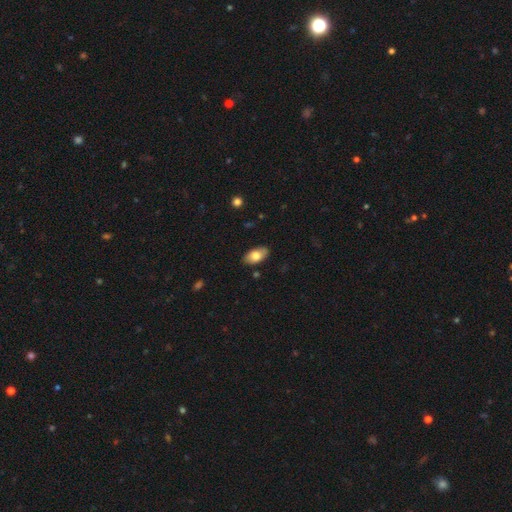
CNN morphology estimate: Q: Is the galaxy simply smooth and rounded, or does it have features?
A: smooth — 77%.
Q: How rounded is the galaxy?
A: in between — 94%.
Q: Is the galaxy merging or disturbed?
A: none — 86%.